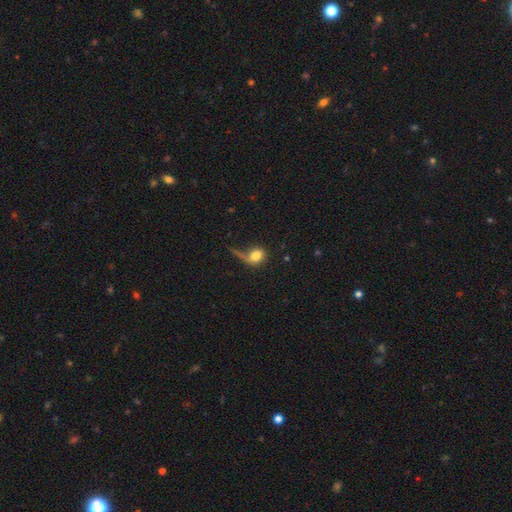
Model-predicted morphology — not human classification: smooth_or_featured: smooth (p=0.71) [alt: featured or disk p=0.20]
how_rounded: round (p=0.54) [alt: in between p=0.43]
merging: major disturbance (p=0.41) [alt: none p=0.31]